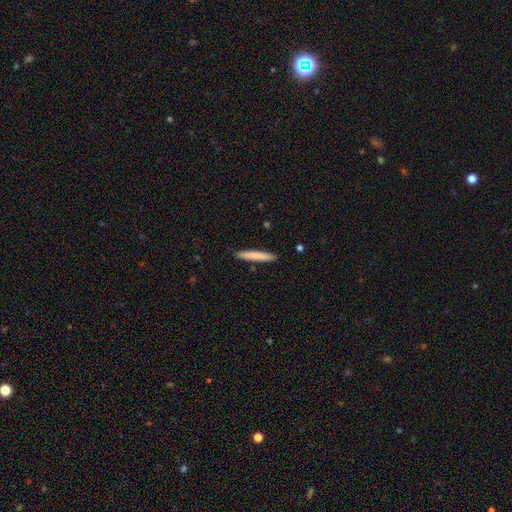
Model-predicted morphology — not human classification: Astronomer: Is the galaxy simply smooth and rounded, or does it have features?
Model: smooth — 79%.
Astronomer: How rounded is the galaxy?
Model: cigar-shaped — 95%.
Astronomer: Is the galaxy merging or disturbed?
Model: none — 90%.